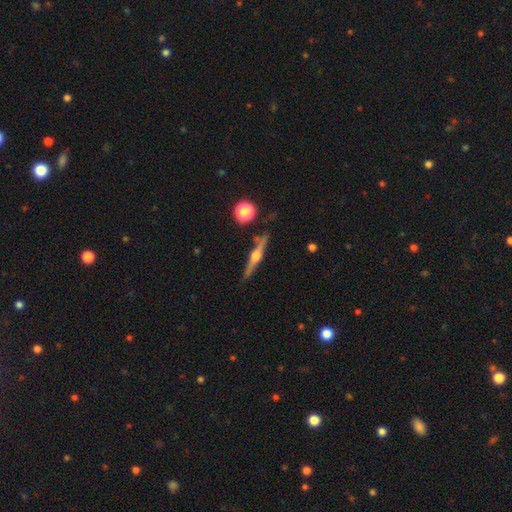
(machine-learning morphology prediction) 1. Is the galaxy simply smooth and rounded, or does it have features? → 78% featured or disk, 16% smooth, 6% star or artifact.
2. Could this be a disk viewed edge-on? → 98% yes, 2% no.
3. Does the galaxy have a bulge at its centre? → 95% rounded, 3% boxy, 2% none.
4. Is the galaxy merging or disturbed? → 86% none, 9% minor disturbance, 3% merger, 2% major disturbance.